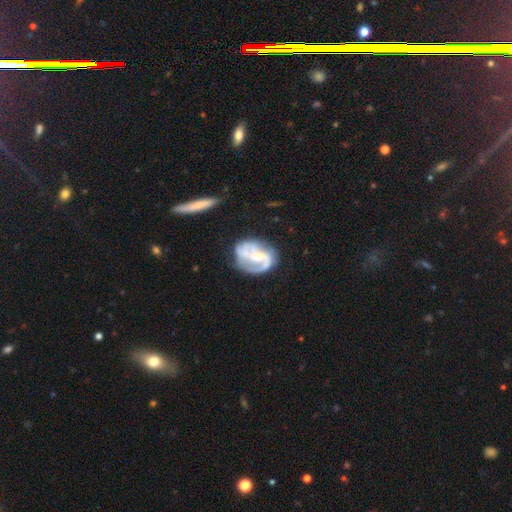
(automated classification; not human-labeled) Smooth or featured?
  - featured or disk: 82% *
  - smooth: 13%
  - star or artifact: 6%
Edge-on disk?
  - no: 98% *
  - yes: 2%
Bar?
  - weak: 42% *
  - no: 40%
  - strong: 18%
Spiral arms?
  - yes: 91% *
  - no: 9%
Spiral winding?
  - medium: 46% *
  - loose: 30%
  - tight: 24%
Spiral arm count?
  - 2: 70% *
  - can't tell: 11%
  - 3: 9%
  - 1: 6%
  - 4: 2%
  - more than 4: 2%
Bulge size?
  - moderate: 43% *
  - small: 40%
  - none: 11%
  - large: 5%
  - dominant: 1%
Merging?
  - none: 55% *
  - minor disturbance: 23%
  - major disturbance: 17%
  - merger: 5%